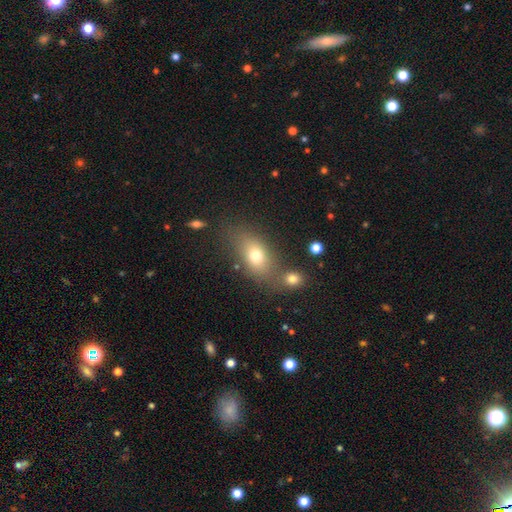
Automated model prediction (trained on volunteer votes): smooth_or_featured: smooth (p=0.71) [alt: featured or disk p=0.16]
how_rounded: in between (p=0.74) [alt: round p=0.20]
merging: none (p=0.56) [alt: merger p=0.23]